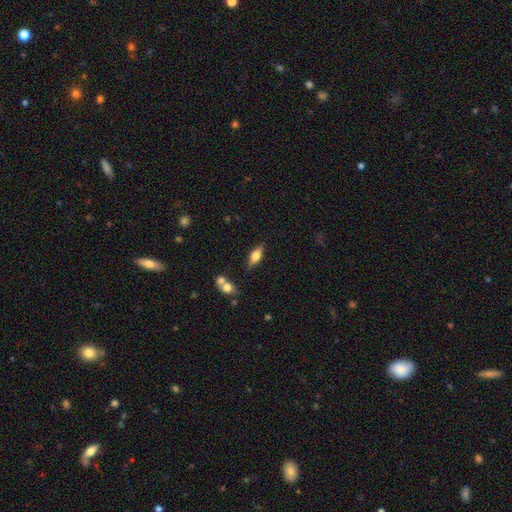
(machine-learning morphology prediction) smooth_or_featured: smooth (p=0.49) [alt: featured or disk p=0.44]
merging: none (p=0.82) [alt: minor disturbance p=0.11]